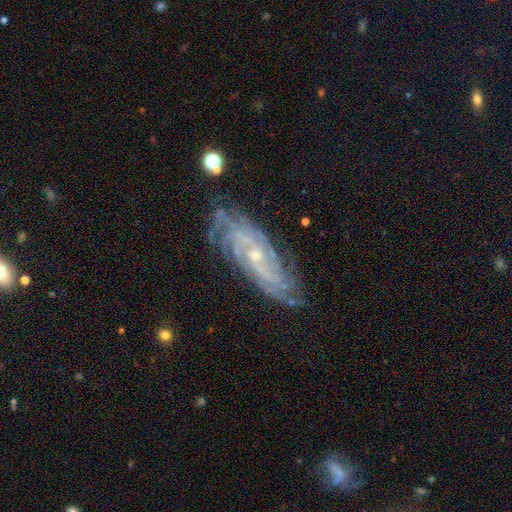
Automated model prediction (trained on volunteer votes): This appears to be a featured or disk galaxy (86%) with no bar (65%), tight (67%) spiral arms (97%) and a small central bulge (73%). Merging: none (77%).